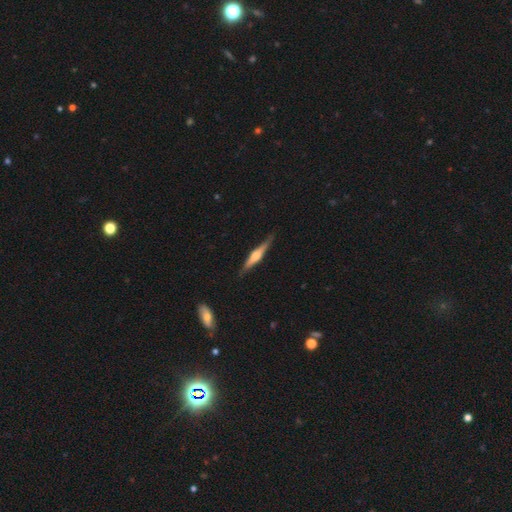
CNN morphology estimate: featured or disk 67%, smooth 27%, star or artifact 6%. Down the decision tree: edge-on disk — yes (97%); edge-on bulge — rounded (74%); merging — none (87%).